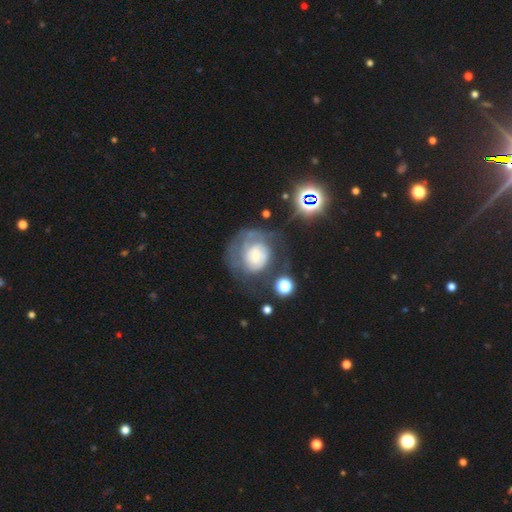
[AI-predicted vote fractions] A featured or disk galaxy (58%) with no bar (67%), spiral arms (72%) and a small central bulge (39%). Merging: none (40%).